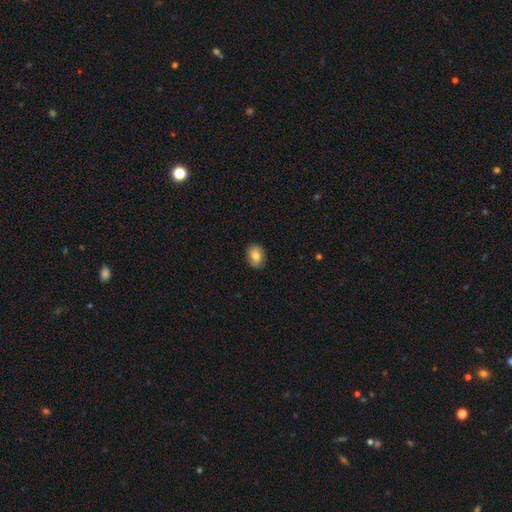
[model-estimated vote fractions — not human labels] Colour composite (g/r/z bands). It shows a smooth galaxy with no disk features (80%) that is in between round and cigar-shaped (67%). Merging: none (87%).